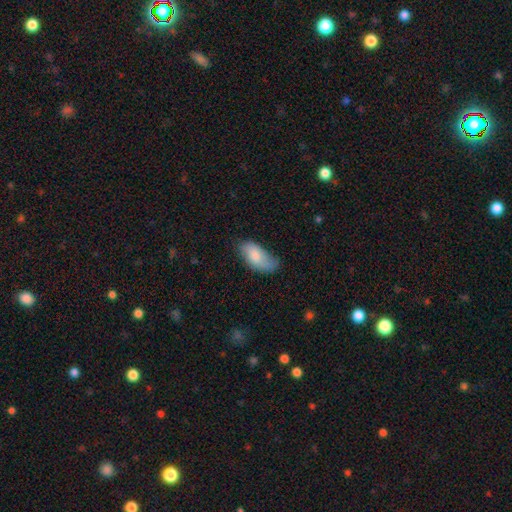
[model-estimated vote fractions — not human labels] A smooth galaxy with no disk features (78%) that is in between round and cigar-shaped (93%). Merging: none (54%).